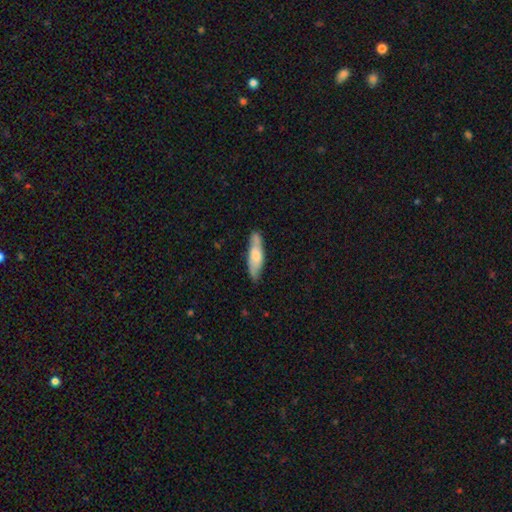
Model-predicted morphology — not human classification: Smooth or featured? smooth (59%)
How rounded? cigar-shaped (61%)
Merging? none (73%)